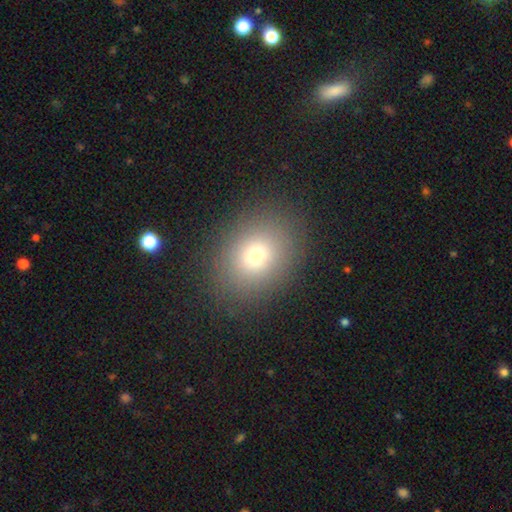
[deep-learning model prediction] Smooth or featured?
  - smooth: 72% *
  - star or artifact: 15%
  - featured or disk: 13%
How rounded?
  - in between: 52% *
  - round: 47%
  - cigar-shaped: 1%
Merging?
  - none: 86% *
  - minor disturbance: 8%
  - major disturbance: 4%
  - merger: 1%